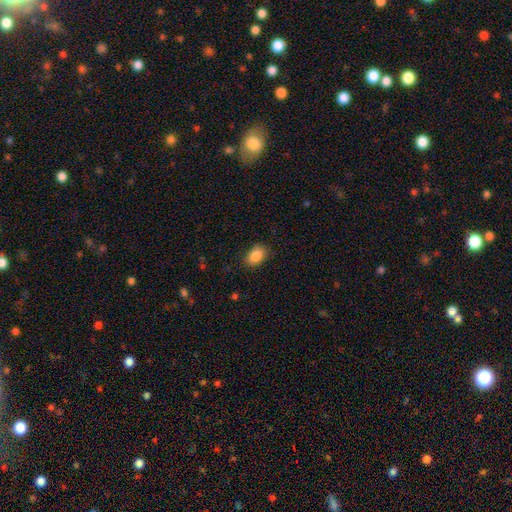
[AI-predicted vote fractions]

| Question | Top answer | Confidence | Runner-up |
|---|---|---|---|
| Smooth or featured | smooth | 87% | star or artifact (8%) |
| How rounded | in between | 82% | round (17%) |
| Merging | none | 81% | minor disturbance (14%) |